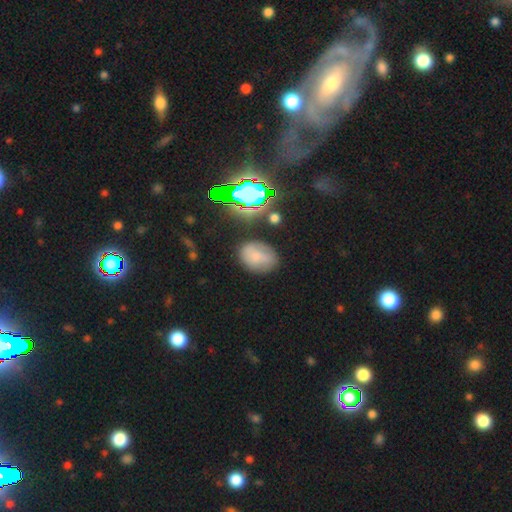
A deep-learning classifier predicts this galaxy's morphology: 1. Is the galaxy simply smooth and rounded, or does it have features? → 66% smooth, 19% featured or disk, 16% star or artifact.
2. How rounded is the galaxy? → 67% in between, 31% round, 1% cigar-shaped.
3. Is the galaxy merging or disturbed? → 71% none, 19% minor disturbance, 6% major disturbance, 4% merger.